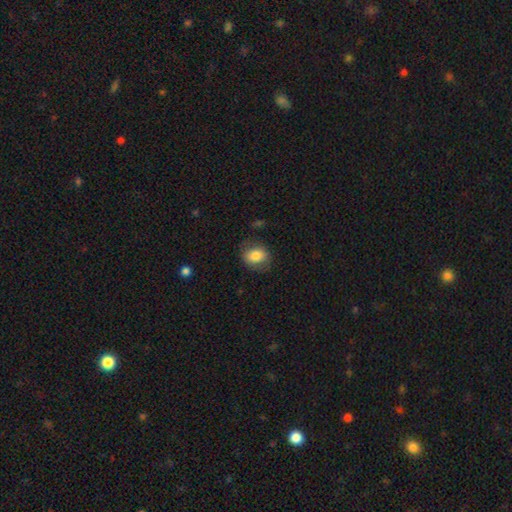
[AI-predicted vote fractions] Overall: smooth (79%). How rounded: in between (52%; round 47%). Merging: none (76%).